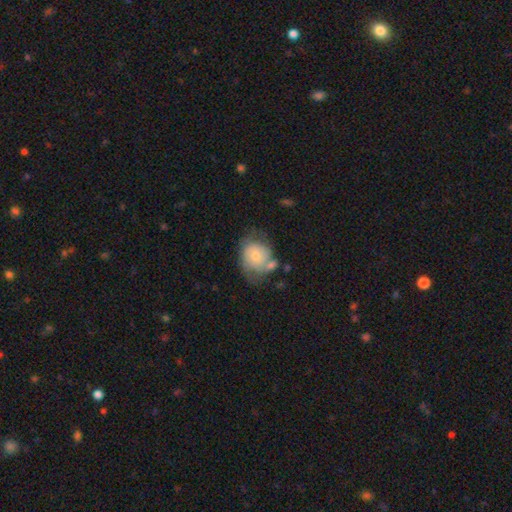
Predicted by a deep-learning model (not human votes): This appears to be a smooth galaxy with no disk features (59%) that is round (60%). Merging: none (36%).